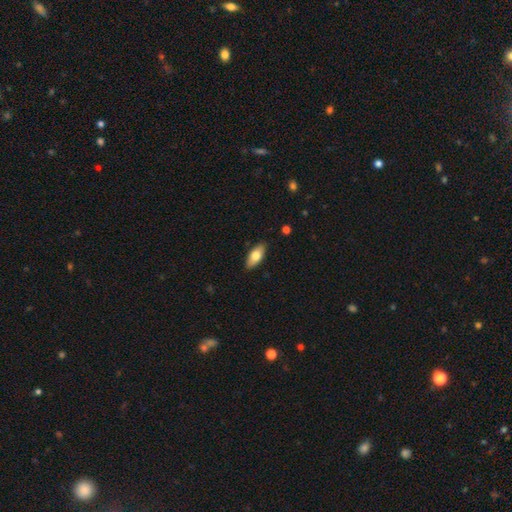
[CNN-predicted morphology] Q: Smooth or featured?
A: smooth (73%); runner-up: featured or disk (21%)
Q: How rounded?
A: in between (85%); runner-up: cigar-shaped (12%)
Q: Merging?
A: none (88%); runner-up: minor disturbance (9%)